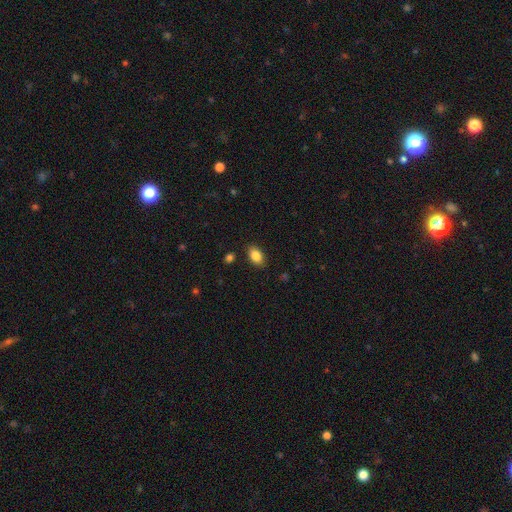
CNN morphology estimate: smooth 86%, star or artifact 8%, featured or disk 6%. Down the decision tree: how rounded — in between (89%); merging — none (86%).